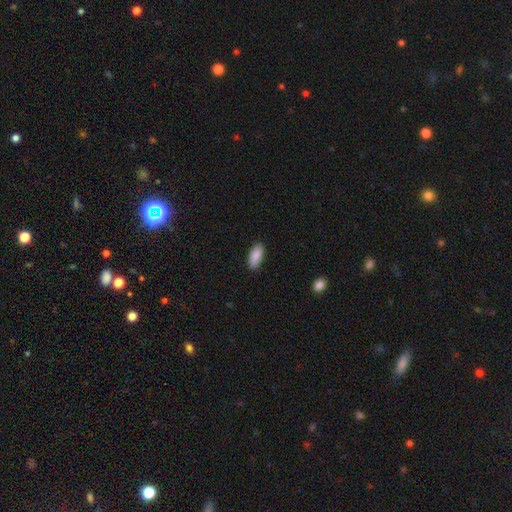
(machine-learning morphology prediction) Smooth or featured?
  - smooth: 88% *
  - star or artifact: 6%
  - featured or disk: 6%
How rounded?
  - in between: 86% *
  - cigar-shaped: 12%
  - round: 2%
Merging?
  - none: 85% *
  - minor disturbance: 12%
  - major disturbance: 2%
  - merger: 1%